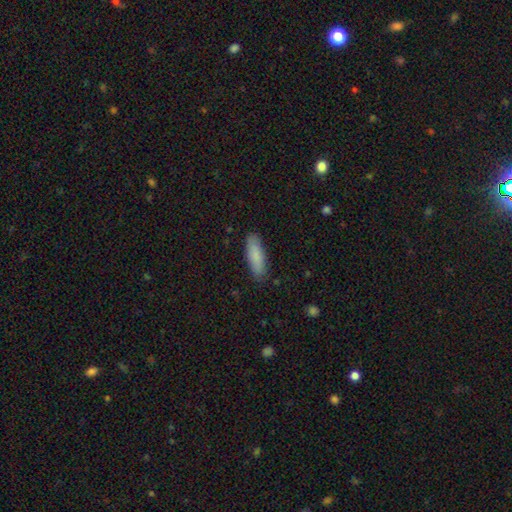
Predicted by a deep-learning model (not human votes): Smooth or featured? Predicted: smooth (p=0.86). How rounded? Predicted: cigar-shaped (p=0.51). Merging? Predicted: none (p=0.87).